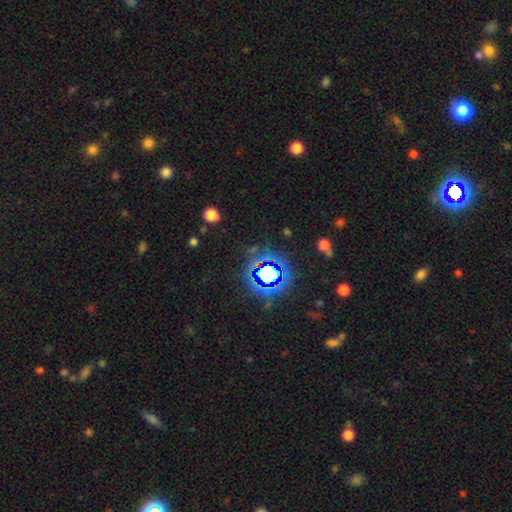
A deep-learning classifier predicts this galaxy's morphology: A star or artifact, not a galaxy (79%).